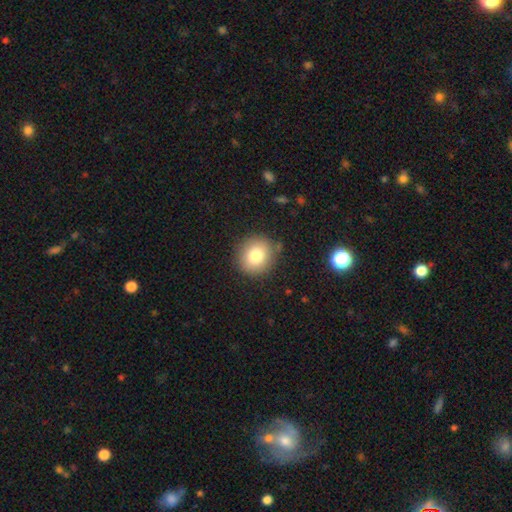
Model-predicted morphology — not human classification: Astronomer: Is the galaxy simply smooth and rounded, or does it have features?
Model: smooth — 80%.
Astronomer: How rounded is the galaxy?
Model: round — 88%.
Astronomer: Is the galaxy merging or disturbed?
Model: none — 87%.